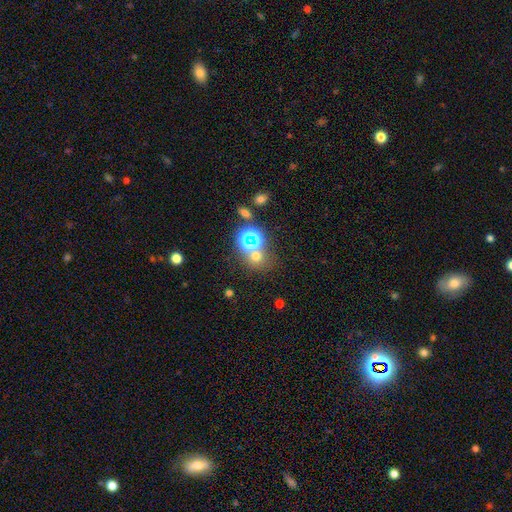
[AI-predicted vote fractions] This is possibly a smooth galaxy (53%). How rounded: likely round (79%). Merging: likely none (63%).